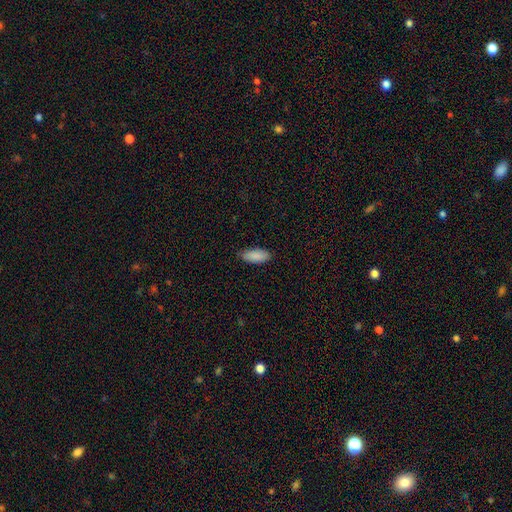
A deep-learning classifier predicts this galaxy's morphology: Overall: smooth (90%). How rounded: in between (84%). Merging: none (85%).